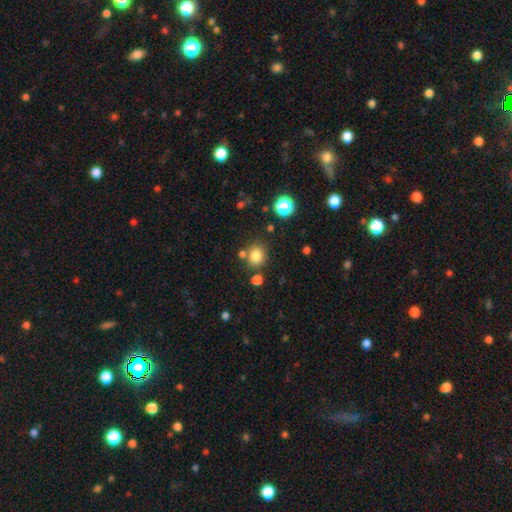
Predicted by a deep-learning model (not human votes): This is clearly a smooth galaxy (81%). How rounded: likely round (75%). Merging: likely none (73%).